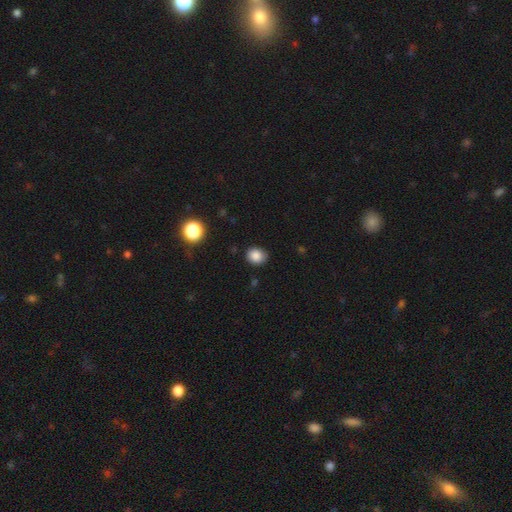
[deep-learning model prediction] This appears to be a smooth galaxy with no disk features (85%) that is round (65%). Merging: none (81%).